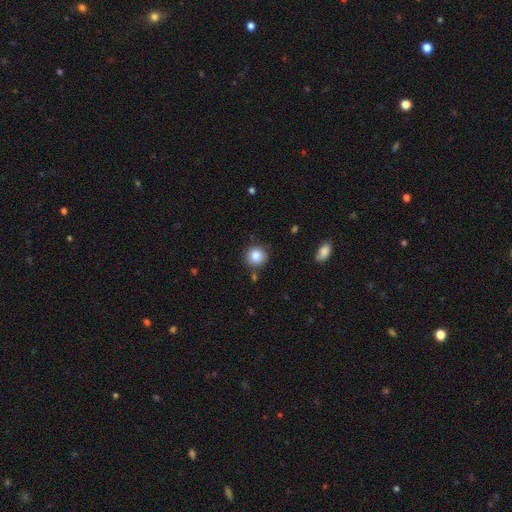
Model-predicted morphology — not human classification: Smooth or featured? Predicted: smooth (p=0.84). How rounded? Predicted: round (p=0.90). Merging? Predicted: none (p=0.83).